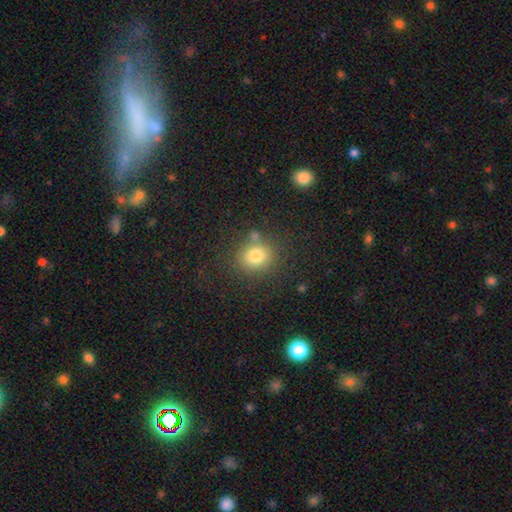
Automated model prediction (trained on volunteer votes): A smooth galaxy with no disk features (78%) that is round (73%). Merging: none (75%).